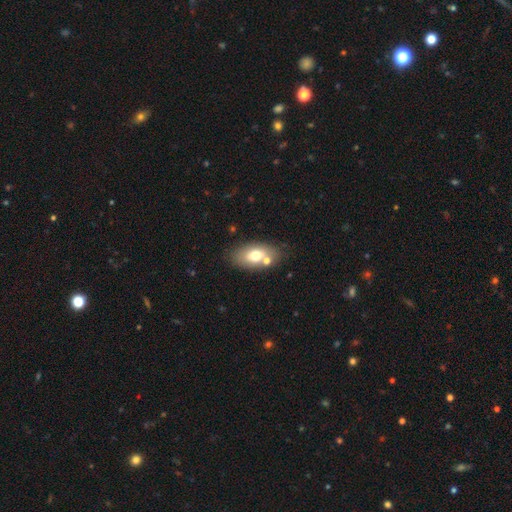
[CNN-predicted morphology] The model was most divided on "smooth or featured": smooth: 67%, featured or disk: 24%, star or artifact: 9%. More confident: how rounded — in between (88%); merging — none (68%).